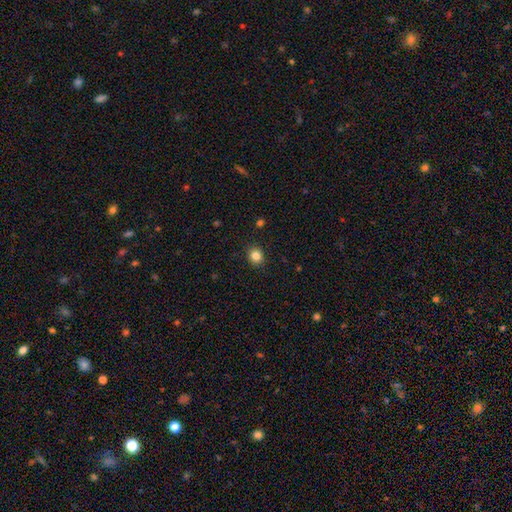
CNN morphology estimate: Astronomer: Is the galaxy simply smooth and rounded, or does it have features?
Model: smooth — 84%.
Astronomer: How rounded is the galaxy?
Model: round — 76%.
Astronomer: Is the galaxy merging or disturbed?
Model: none — 90%.